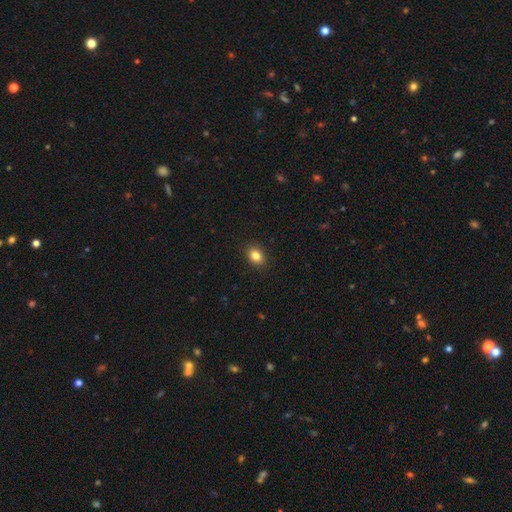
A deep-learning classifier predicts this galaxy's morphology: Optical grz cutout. It shows a smooth galaxy with no disk features (85%) that is in between round and cigar-shaped (66%). Merging: none (90%).